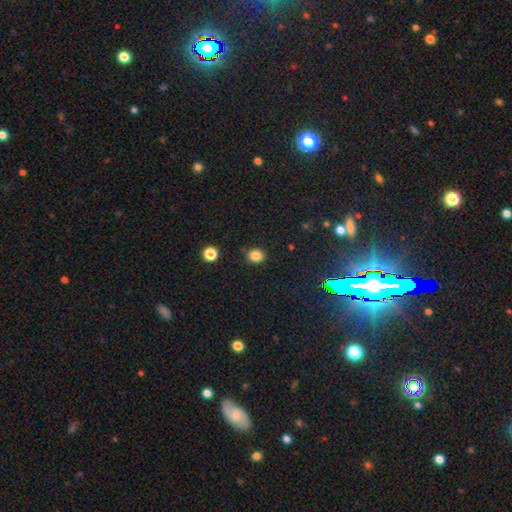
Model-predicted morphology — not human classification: Smooth or featured? Predicted: smooth (p=0.83). How rounded? Predicted: round (p=0.70). Merging? Predicted: none (p=0.83).